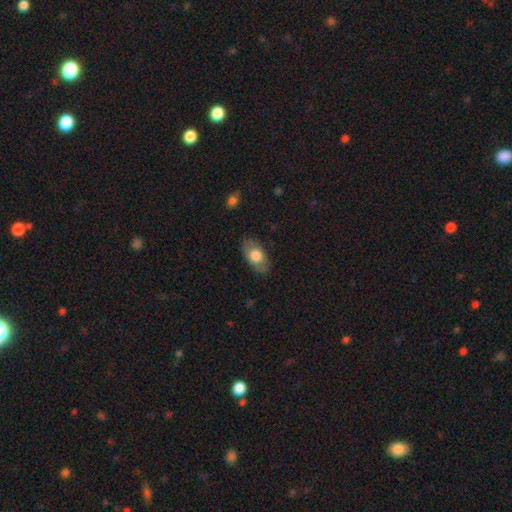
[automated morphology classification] A smooth galaxy with no disk features (72%) that is in between round and cigar-shaped (91%). Merging: none (83%).